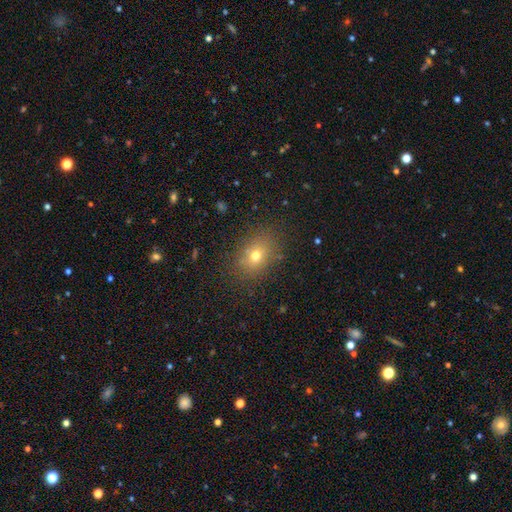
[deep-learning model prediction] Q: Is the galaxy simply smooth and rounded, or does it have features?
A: smooth — 70%.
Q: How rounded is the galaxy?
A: in between — 61%.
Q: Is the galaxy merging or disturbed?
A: none — 82%.